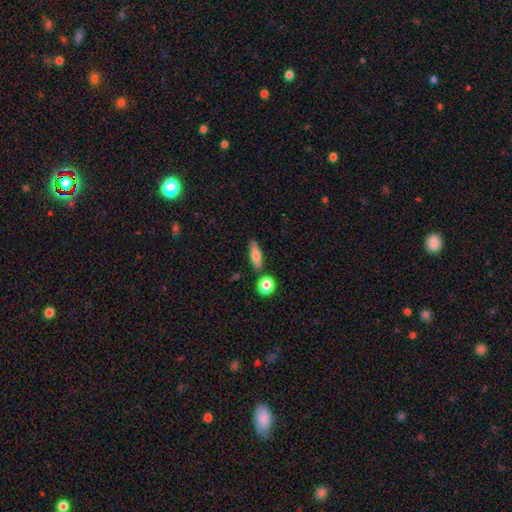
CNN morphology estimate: Smooth or featured?
  - smooth: 73% *
  - featured or disk: 19%
  - star or artifact: 8%
How rounded?
  - in between: 49% *
  - cigar-shaped: 46%
  - round: 5%
Merging?
  - none: 78% *
  - minor disturbance: 11%
  - merger: 8%
  - major disturbance: 3%